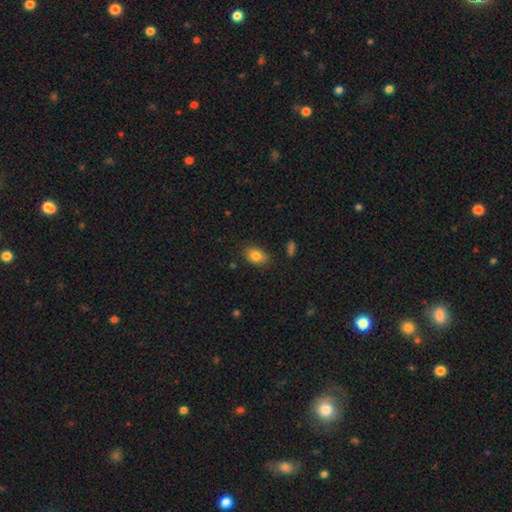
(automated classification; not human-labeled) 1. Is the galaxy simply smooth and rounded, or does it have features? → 83% smooth, 9% star or artifact, 8% featured or disk.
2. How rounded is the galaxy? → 80% in between, 18% round, 1% cigar-shaped.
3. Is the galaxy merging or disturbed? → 81% none, 14% minor disturbance, 3% major disturbance, 2% merger.